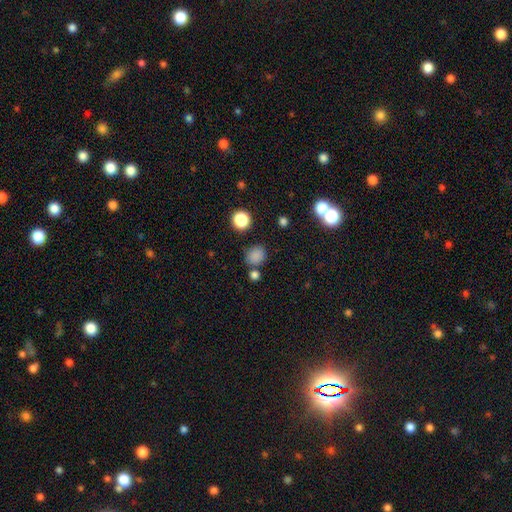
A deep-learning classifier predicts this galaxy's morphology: Smooth or featured?
  - smooth: 81% *
  - star or artifact: 15%
  - featured or disk: 5%
How rounded?
  - round: 69% *
  - in between: 30%
  - cigar-shaped: 1%
Merging?
  - none: 72% *
  - minor disturbance: 13%
  - merger: 11%
  - major disturbance: 4%